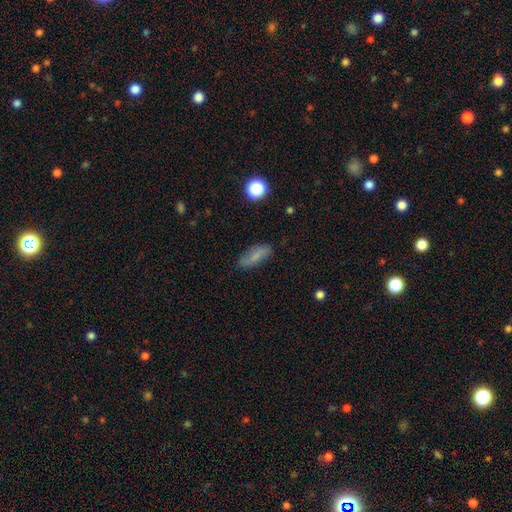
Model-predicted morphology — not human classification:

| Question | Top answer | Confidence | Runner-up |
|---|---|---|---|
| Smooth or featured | smooth | 69% | featured or disk (21%) |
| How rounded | in between | 70% | cigar-shaped (26%) |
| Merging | none | 75% | minor disturbance (18%) |